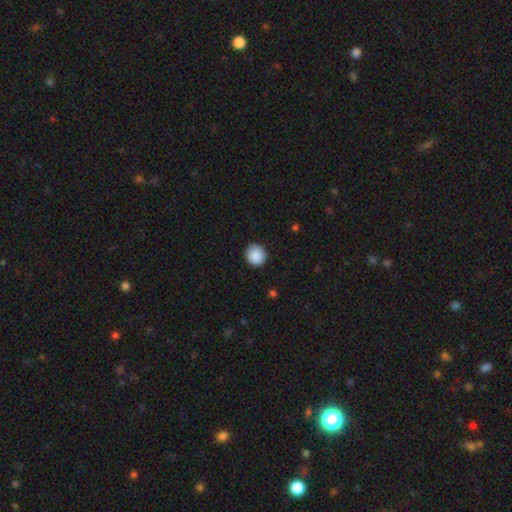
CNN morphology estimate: smooth-or-featured: smooth: 89% | star or artifact: 8% | featured or disk: 3%
  how-rounded: round: 93% | in between: 6% | cigar-shaped: 1%
  merging: none: 89% | minor disturbance: 8% | major disturbance: 2% | merger: 1%